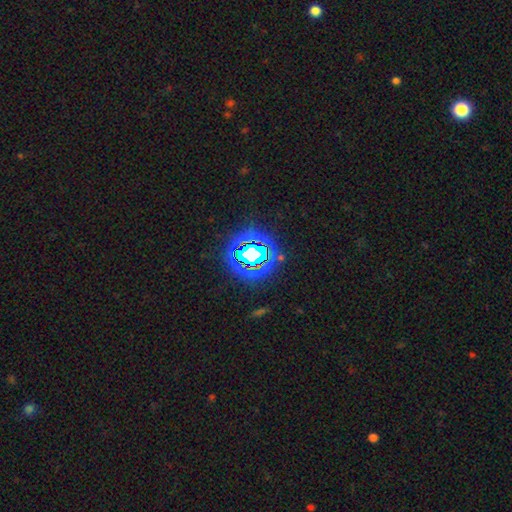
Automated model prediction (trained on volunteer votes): Q: Smooth or featured?
A: star or artifact (75%); runner-up: smooth (16%)